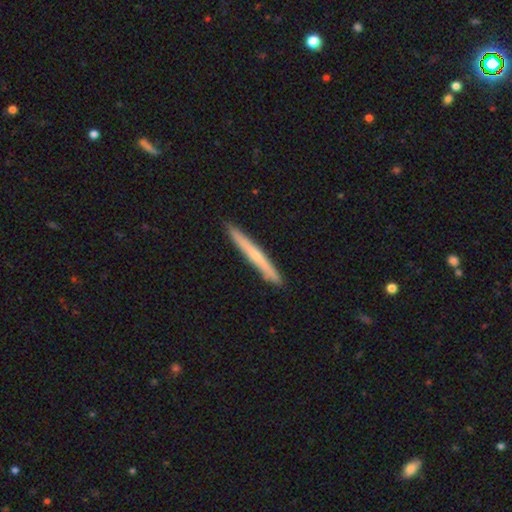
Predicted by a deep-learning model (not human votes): Smooth or featured? smooth (48%)
Merging? none (91%)